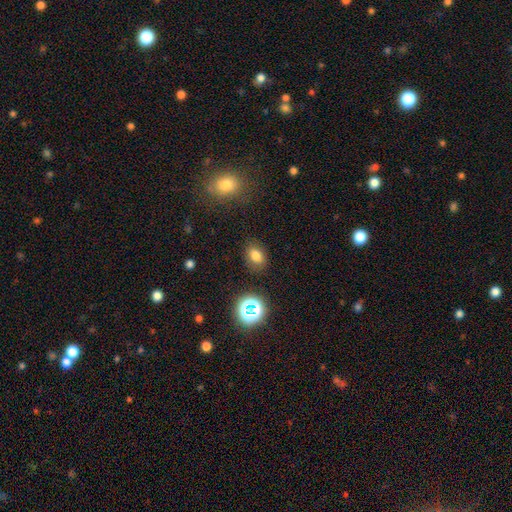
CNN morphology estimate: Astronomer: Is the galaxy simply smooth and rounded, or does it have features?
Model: smooth — 76%.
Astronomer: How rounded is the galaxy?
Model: in between — 74%.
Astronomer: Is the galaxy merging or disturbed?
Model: none — 82%.